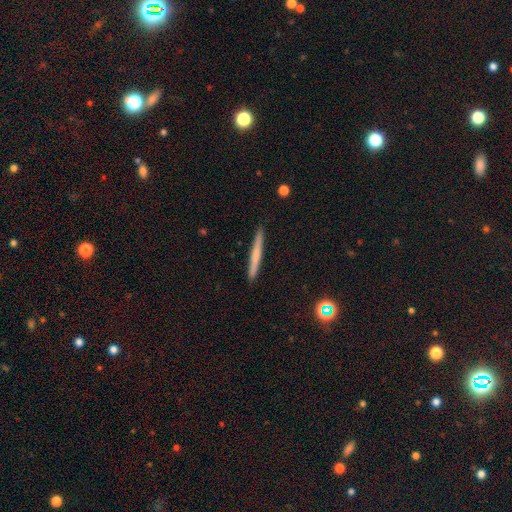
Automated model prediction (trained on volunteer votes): Smooth or featured? smooth (56%)
How rounded? cigar-shaped (97%)
Merging? none (91%)